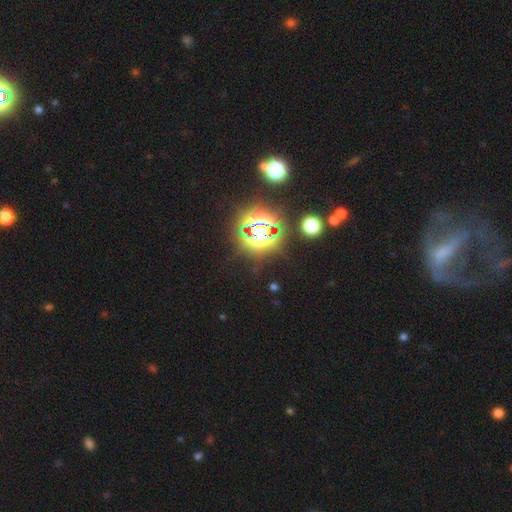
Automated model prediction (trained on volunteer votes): The model was most divided on "smooth or featured": star or artifact: 74%, smooth: 14%, featured or disk: 11%.